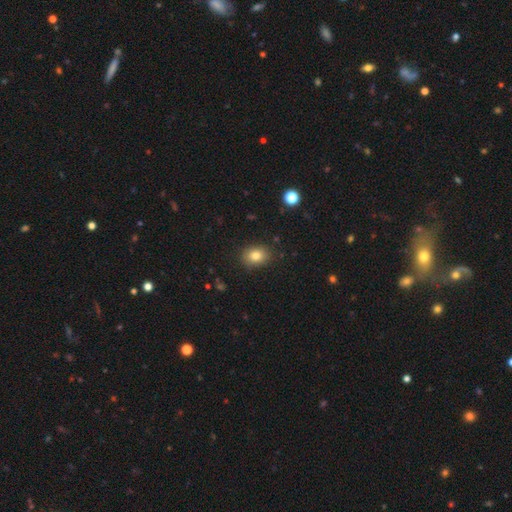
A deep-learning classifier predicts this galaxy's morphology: smooth_or_featured: smooth (p=0.81) [alt: star or artifact p=0.11]
how_rounded: in between (p=0.57) [alt: round p=0.42]
merging: none (p=0.85) [alt: minor disturbance p=0.11]